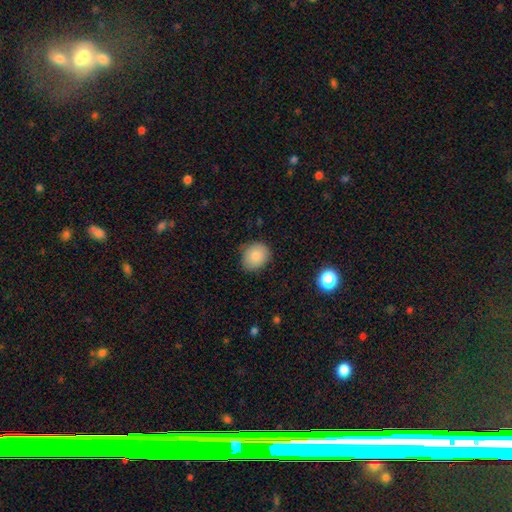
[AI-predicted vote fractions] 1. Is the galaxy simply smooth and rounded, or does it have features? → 84% smooth, 9% star or artifact, 8% featured or disk.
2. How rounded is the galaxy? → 65% round, 34% in between, 1% cigar-shaped.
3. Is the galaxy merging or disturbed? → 78% none, 17% minor disturbance, 3% major disturbance, 1% merger.